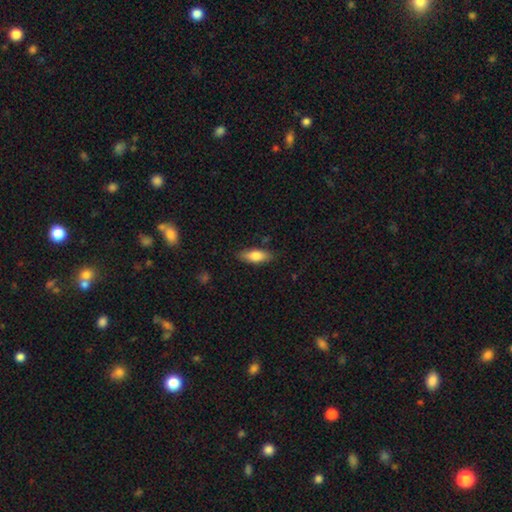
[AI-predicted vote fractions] Overall: smooth (77%). How rounded: in between (71%). Merging: none (84%).